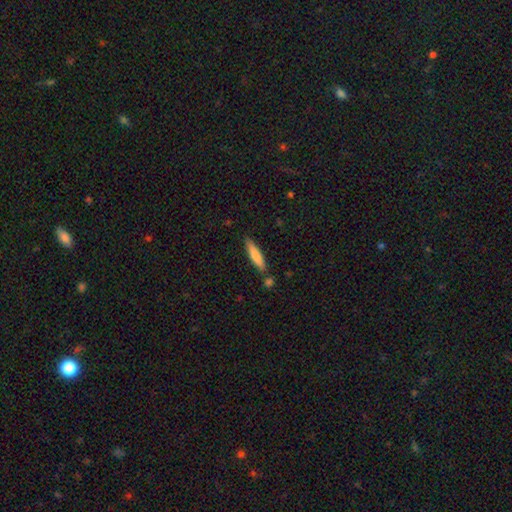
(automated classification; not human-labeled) smooth 79%, featured or disk 16%, star or artifact 6%. Down the decision tree: how rounded — cigar-shaped (85%); merging — none (81%).